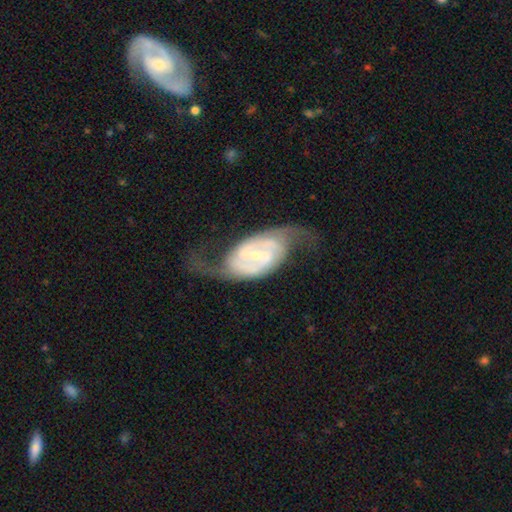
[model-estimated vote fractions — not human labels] Morphology: type=featured or disk (90%); edge-on=no (96%); bar=weak (46%); spiral arms=yes (97%); winding=medium (49%); arm count=2 (92%); bulge=small (66%); merging=none (67%).